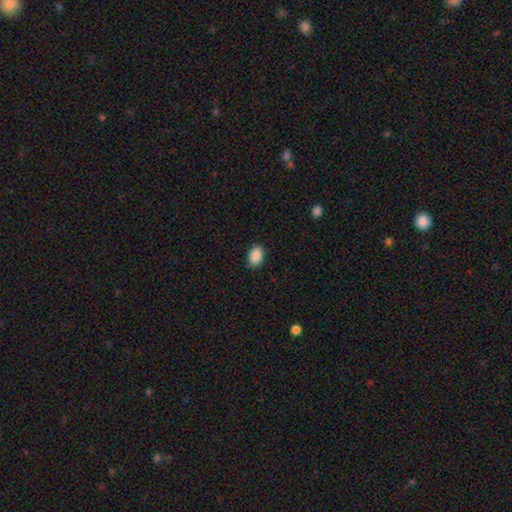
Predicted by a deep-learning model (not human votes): Smooth or featured? smooth (90%)
How rounded? in between (87%)
Merging? none (87%)